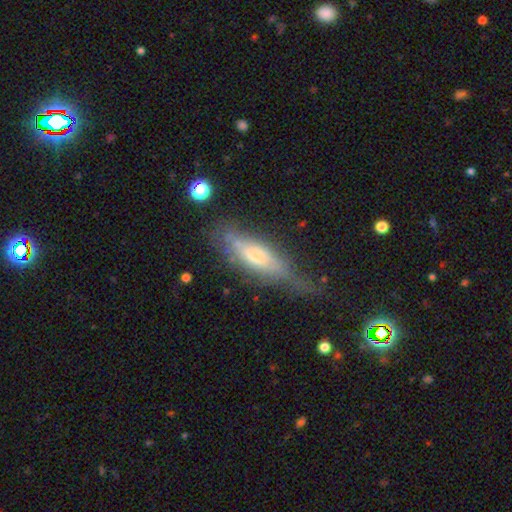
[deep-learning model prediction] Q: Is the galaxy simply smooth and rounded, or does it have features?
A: featured or disk — 52%.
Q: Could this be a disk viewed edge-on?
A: yes — 67%.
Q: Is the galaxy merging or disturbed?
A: none — 42%.